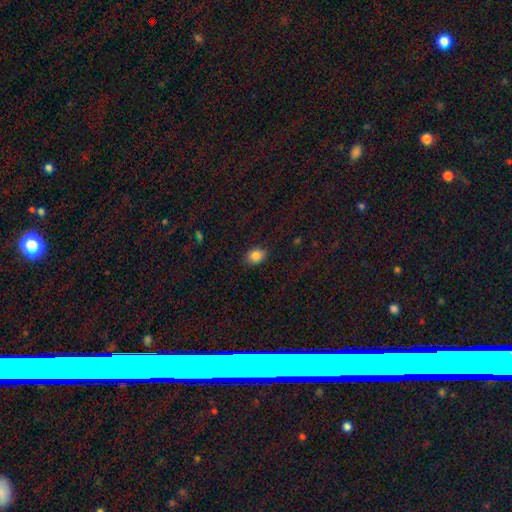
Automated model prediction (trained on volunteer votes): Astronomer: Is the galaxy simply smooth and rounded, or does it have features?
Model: smooth — 84%.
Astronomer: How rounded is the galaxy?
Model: in between — 68%.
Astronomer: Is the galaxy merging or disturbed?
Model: none — 84%.